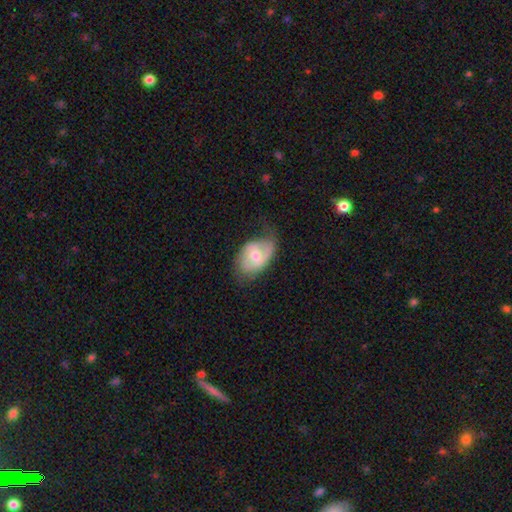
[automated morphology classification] Smooth or featured? Predicted: featured or disk (p=0.52). Edge-on disk? Predicted: no (p=0.95). Merging? Predicted: none (p=0.45).